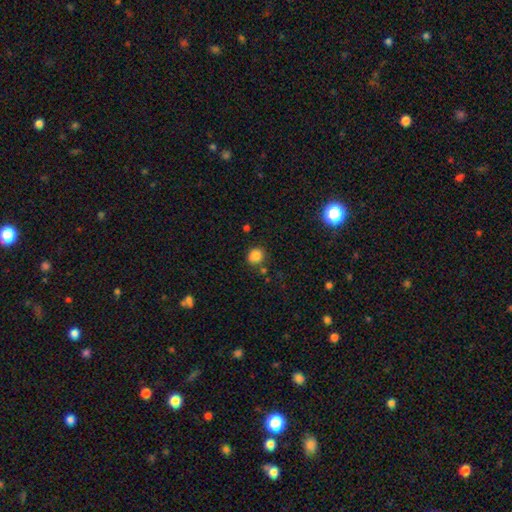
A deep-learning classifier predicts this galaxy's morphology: smooth_or_featured: smooth (p=0.82) [alt: star or artifact p=0.12]
how_rounded: round (p=0.74) [alt: in between p=0.25]
merging: none (p=0.67) [alt: minor disturbance p=0.18]